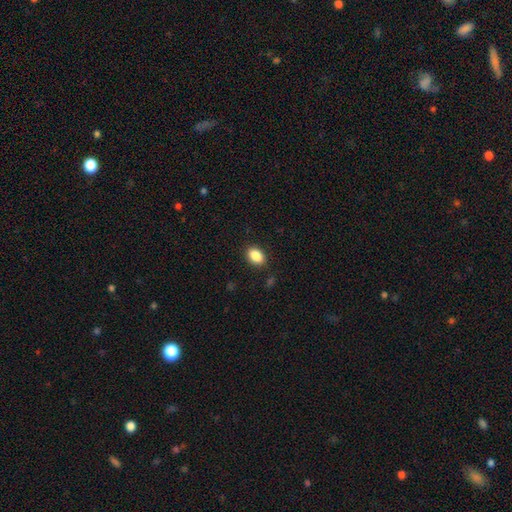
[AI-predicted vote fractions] A smooth galaxy with no disk features (88%) that is in between round and cigar-shaped (82%).

Vote fractions:
- Smooth or featured? smooth: 88% / star or artifact: 8% / featured or disk: 4%
- How rounded? in between: 82% / round: 17% / cigar-shaped: 1%
- Merging? none: 87% / minor disturbance: 9% / major disturbance: 2% / merger: 1%